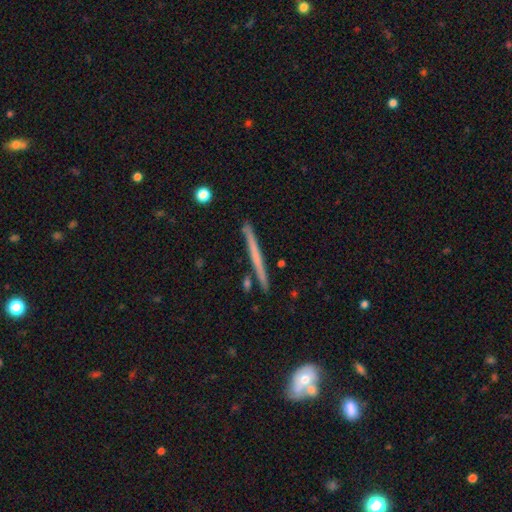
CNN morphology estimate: A featured or disk galaxy (52%) viewed edge-on (97%) with no central bulge (88%).

Vote fractions:
- Smooth or featured? featured or disk: 52% / smooth: 43% / star or artifact: 6%
- Edge-on disk? yes: 97% / no: 3%
- Edge-on bulge? none: 88% / rounded: 8% / boxy: 4%
- Merging? none: 90% / minor disturbance: 7% / merger: 2% / major disturbance: 1%